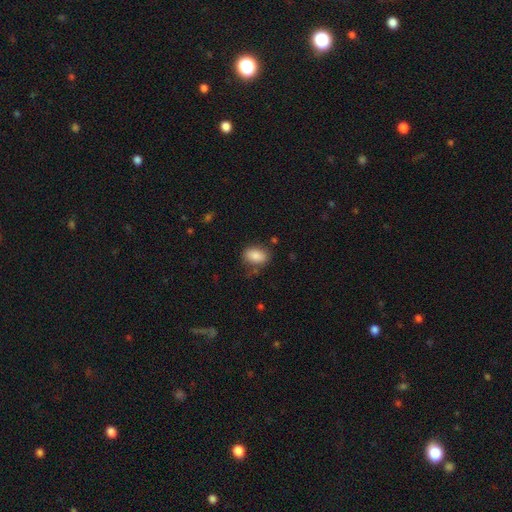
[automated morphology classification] This appears to be a smooth galaxy with no disk features (84%) that is in between round and cigar-shaped (85%). Merging: none (74%).